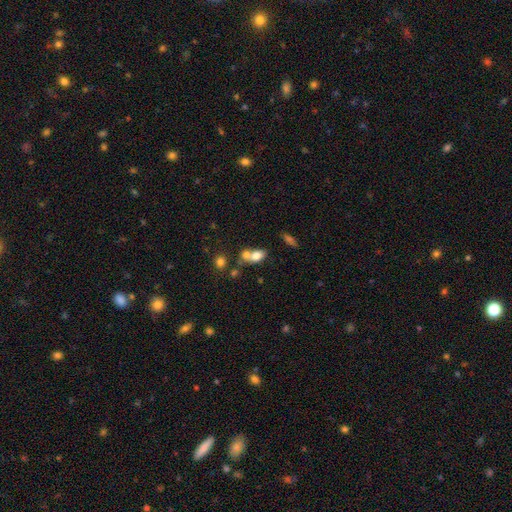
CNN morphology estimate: Smooth or featured?
  - smooth: 73% *
  - featured or disk: 16%
  - star or artifact: 10%
How rounded?
  - in between: 76% *
  - round: 21%
  - cigar-shaped: 3%
Merging?
  - merger: 53% *
  - none: 32%
  - minor disturbance: 10%
  - major disturbance: 5%